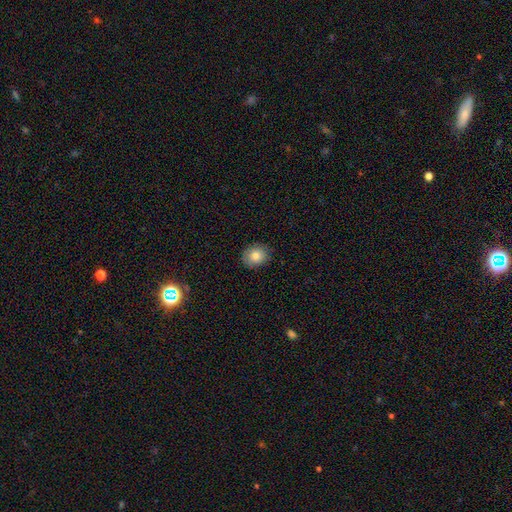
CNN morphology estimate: Q: Smooth or featured?
A: smooth (79%); runner-up: featured or disk (11%)
Q: How rounded?
A: round (66%); runner-up: in between (33%)
Q: Merging?
A: none (84%); runner-up: minor disturbance (12%)